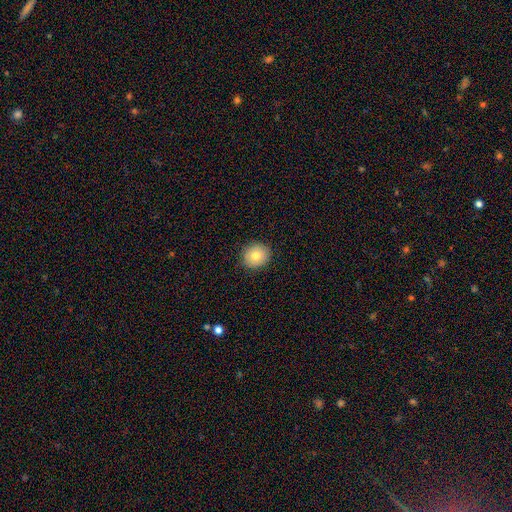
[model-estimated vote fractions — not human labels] Smooth or featured: smooth — 79% (featured or disk — 12%)
How rounded: round — 81% (in between — 19%)
Merging: none — 89% (minor disturbance — 8%)